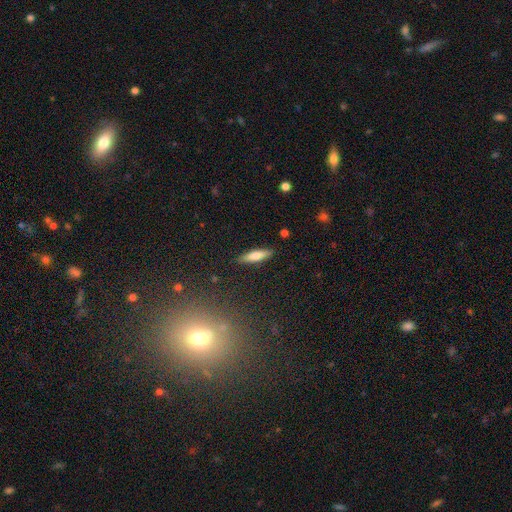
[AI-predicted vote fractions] A smooth galaxy with no disk features (71%) that is cigar-shaped (65%).

Vote fractions:
- Smooth or featured? smooth: 71% / featured or disk: 22% / star or artifact: 7%
- How rounded? cigar-shaped: 65% / in between: 33% / round: 2%
- Merging? none: 88% / minor disturbance: 9% / major disturbance: 2% / merger: 1%